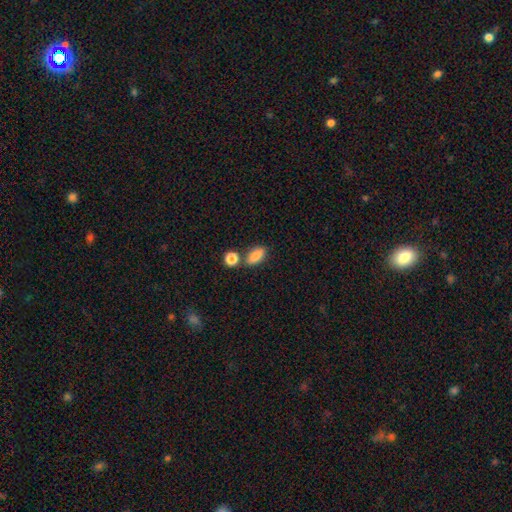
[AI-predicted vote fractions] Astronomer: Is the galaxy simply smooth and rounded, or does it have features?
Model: smooth — 85%.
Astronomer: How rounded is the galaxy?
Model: in between — 81%.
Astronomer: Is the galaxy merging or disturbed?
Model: none — 69%.